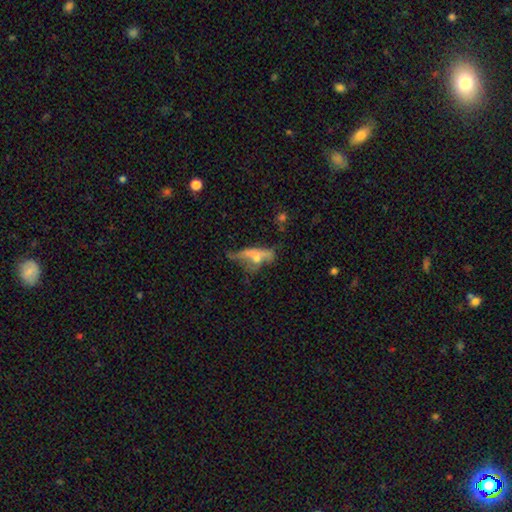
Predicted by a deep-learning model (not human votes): smooth-or-featured: smooth: 45% | featured or disk: 42% | star or artifact: 13%
  merging: major disturbance: 35% | none: 25% | merger: 21% | minor disturbance: 20%